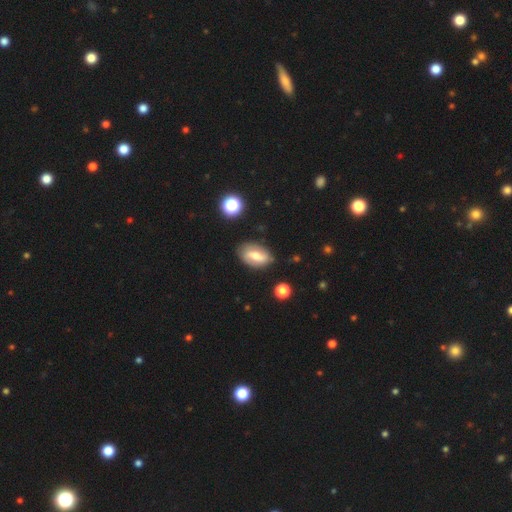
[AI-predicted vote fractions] Morphology: type=featured or disk (49%); merging=none (78%).